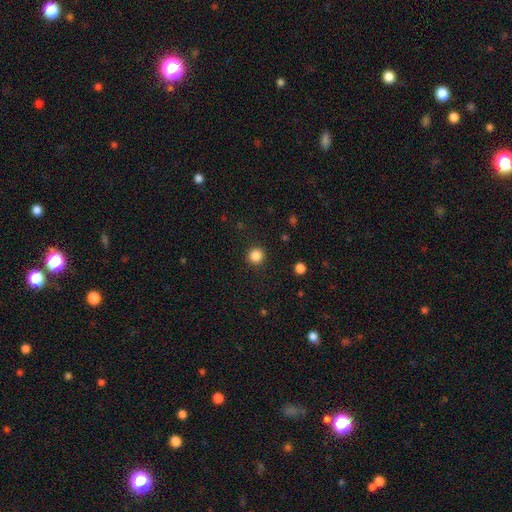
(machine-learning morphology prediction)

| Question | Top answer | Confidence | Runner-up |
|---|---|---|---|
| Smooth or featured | smooth | 85% | star or artifact (11%) |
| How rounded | round | 93% | in between (6%) |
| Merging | none | 91% | minor disturbance (5%) |